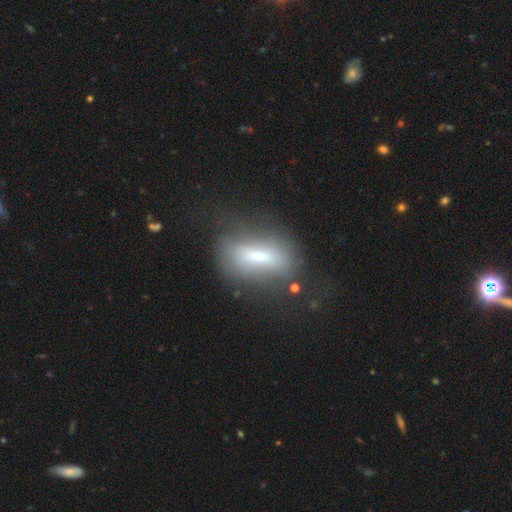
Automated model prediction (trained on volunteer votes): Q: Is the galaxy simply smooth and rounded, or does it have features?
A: smooth — 46%.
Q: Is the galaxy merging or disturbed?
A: none — 58%.